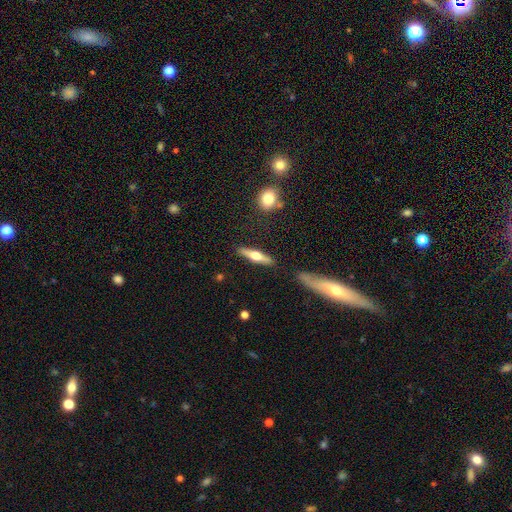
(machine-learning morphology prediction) Smooth or featured? Predicted: featured or disk (p=0.60). Edge-on disk? Predicted: yes (p=0.94). Edge-on bulge? Predicted: rounded (p=0.94). Merging? Predicted: none (p=0.86).